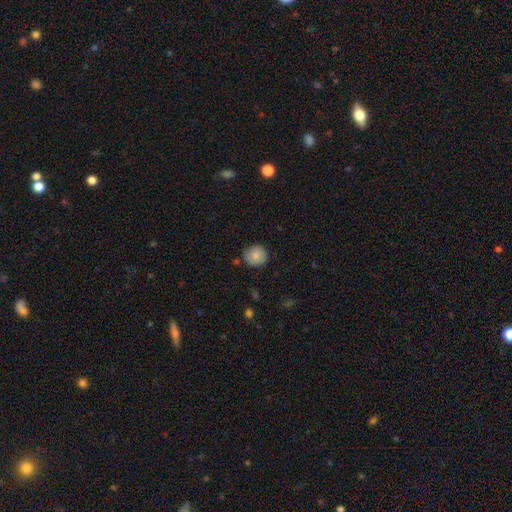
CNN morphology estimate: Q: Smooth or featured?
A: smooth (79%); runner-up: featured or disk (13%)
Q: How rounded?
A: round (91%); runner-up: in between (8%)
Q: Merging?
A: none (76%); runner-up: minor disturbance (19%)